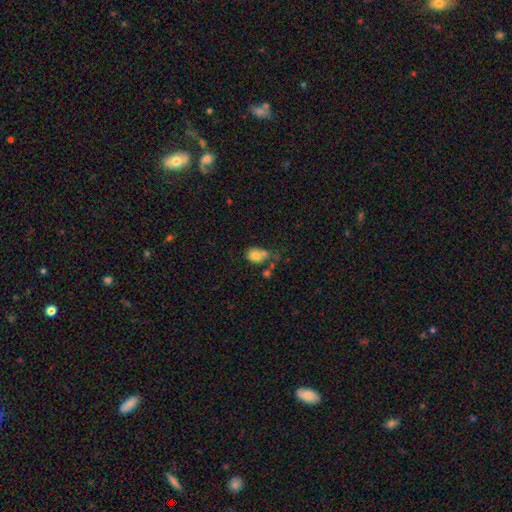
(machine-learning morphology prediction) This is likely a smooth galaxy (77%). How rounded: possibly in between (57%). Merging: marginally none (39%).